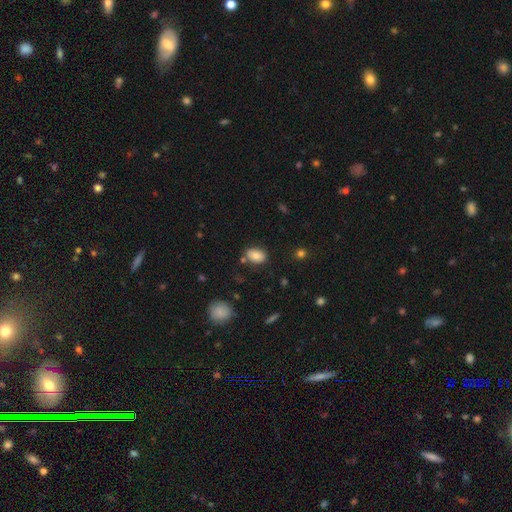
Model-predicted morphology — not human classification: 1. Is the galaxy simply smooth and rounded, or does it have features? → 82% smooth, 9% featured or disk, 9% star or artifact.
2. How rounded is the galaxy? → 81% in between, 18% round, 1% cigar-shaped.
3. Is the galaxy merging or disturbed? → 77% none, 14% minor disturbance, 6% merger, 3% major disturbance.